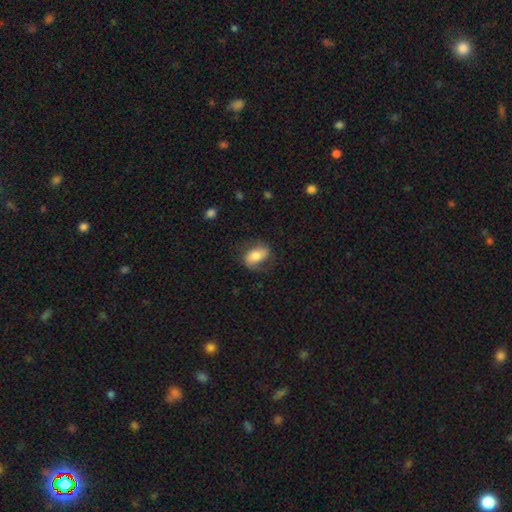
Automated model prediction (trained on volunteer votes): Q: Smooth or featured?
A: smooth (58%); runner-up: featured or disk (34%)
Q: How rounded?
A: in between (86%); runner-up: round (11%)
Q: Merging?
A: none (64%); runner-up: minor disturbance (22%)